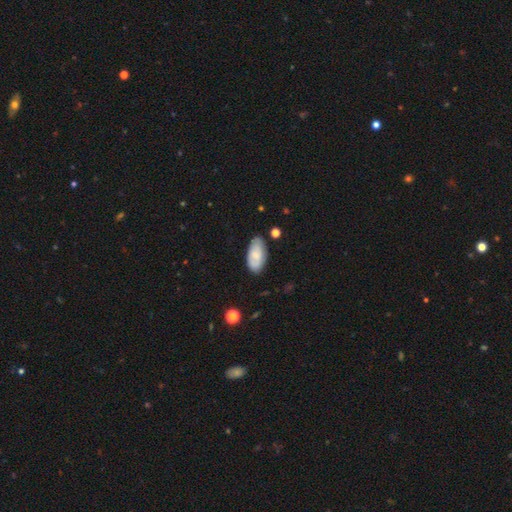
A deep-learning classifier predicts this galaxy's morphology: smooth-or-featured: smooth: 73% | featured or disk: 20% | star or artifact: 7%
  how-rounded: in between: 93% | cigar-shaped: 4% | round: 2%
  merging: none: 76% | minor disturbance: 18% | major disturbance: 4% | merger: 2%